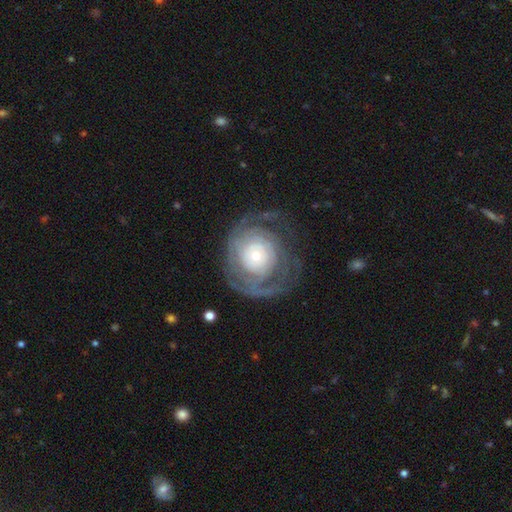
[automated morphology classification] type=featured or disk (79%); edge-on=no (97%); bar=no (82%); spiral arms=yes (85%); winding=tight (71%); arm count=can't tell (46%); bulge=small (55%); merging=none (67%).